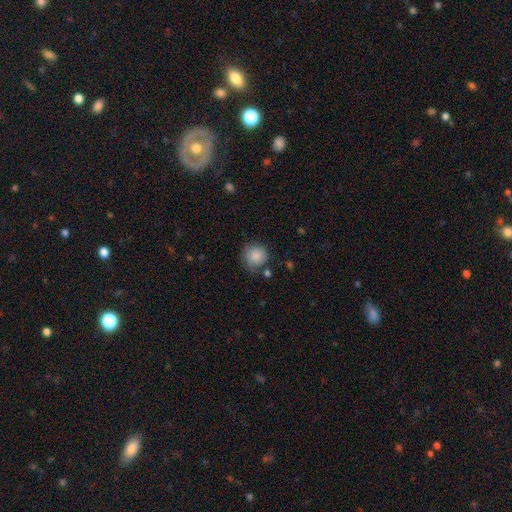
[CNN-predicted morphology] Overall: smooth (84%). How rounded: round (91%). Merging: none (68%).